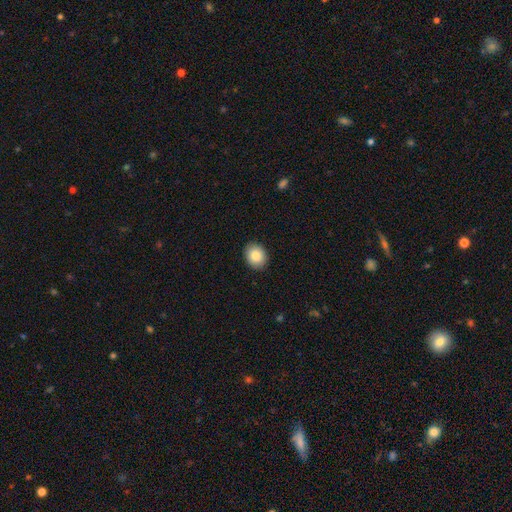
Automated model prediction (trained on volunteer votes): A smooth galaxy with no disk features (87%) that is in between round and cigar-shaped (51%). Merging: none (90%).